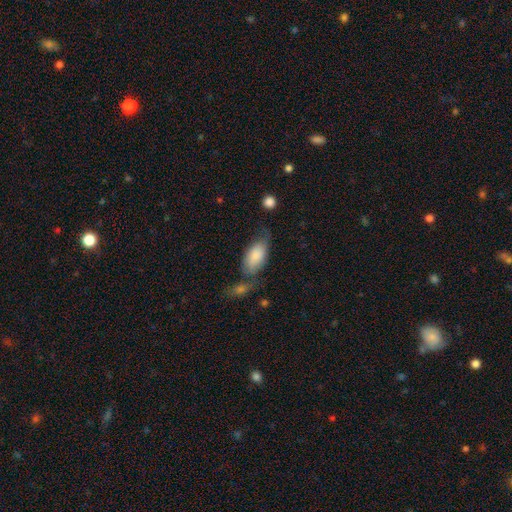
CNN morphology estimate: This appears to be a smooth galaxy with no disk features (79%) that is in between round and cigar-shaped (92%). Merging: none (40%).